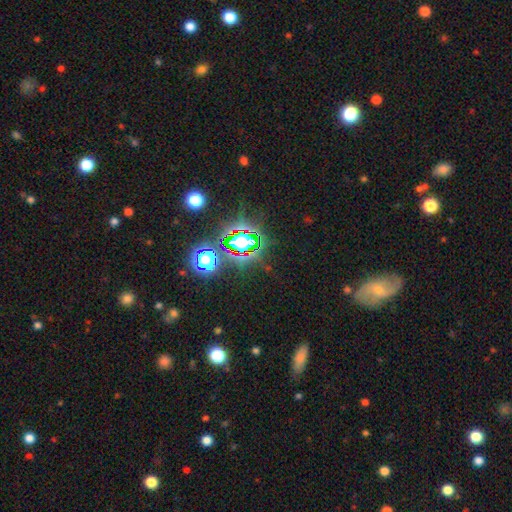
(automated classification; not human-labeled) This is likely a star or artifact rather than a galaxy (76%).